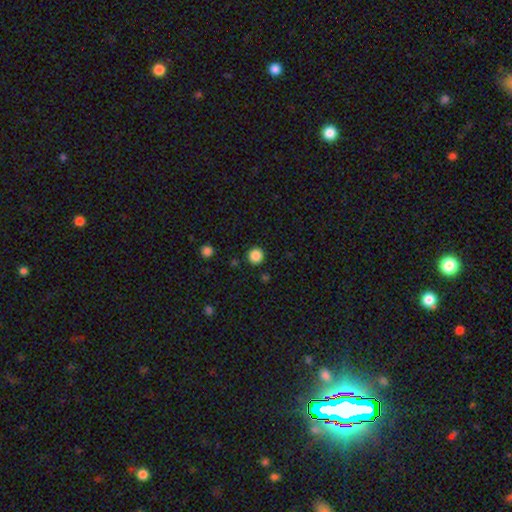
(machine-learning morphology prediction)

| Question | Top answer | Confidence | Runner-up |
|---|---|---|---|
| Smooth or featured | smooth | 87% | star or artifact (10%) |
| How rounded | round | 95% | in between (4%) |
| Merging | none | 92% | minor disturbance (5%) |